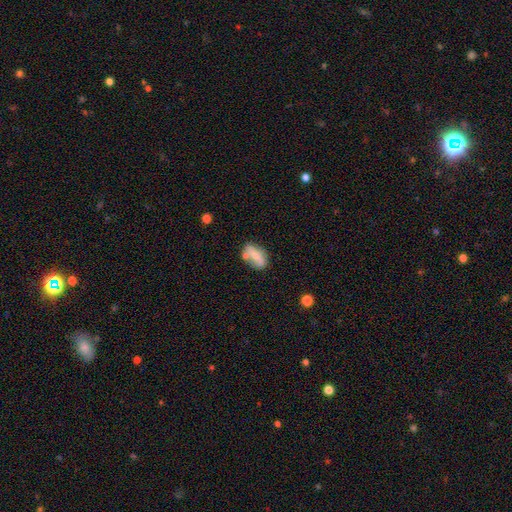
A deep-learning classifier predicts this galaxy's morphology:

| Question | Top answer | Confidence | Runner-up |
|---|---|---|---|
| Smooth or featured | smooth | 57% | featured or disk (35%) |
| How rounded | in between | 77% | cigar-shaped (16%) |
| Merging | none | 58% | minor disturbance (19%) |